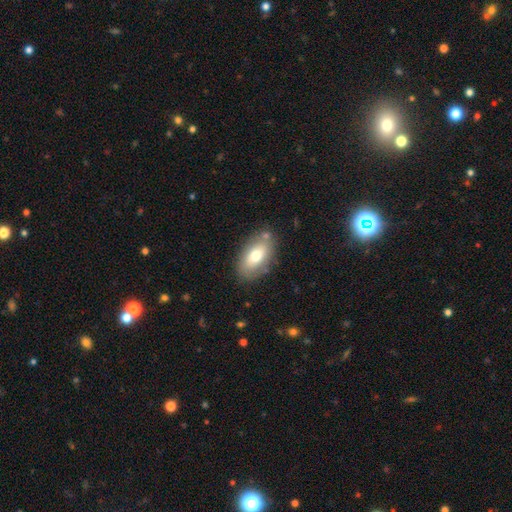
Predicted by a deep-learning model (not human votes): Q: Smooth or featured?
A: smooth (68%); runner-up: featured or disk (24%)
Q: How rounded?
A: in between (92%); runner-up: round (5%)
Q: Merging?
A: none (78%); runner-up: minor disturbance (13%)